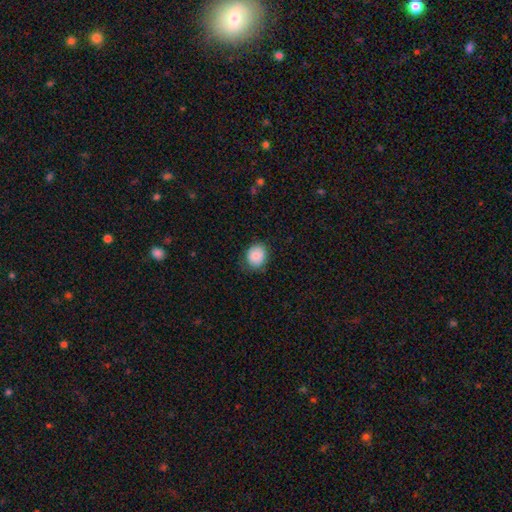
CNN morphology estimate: A smooth galaxy with no disk features (85%) that is round (65%). Merging: none (74%).